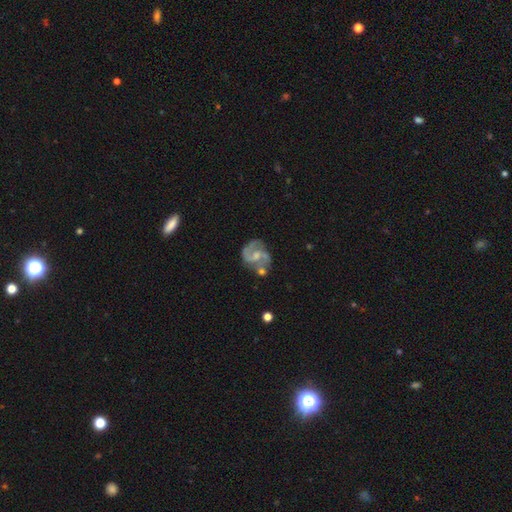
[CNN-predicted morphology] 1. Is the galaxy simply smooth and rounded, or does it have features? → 84% featured or disk, 10% smooth, 6% star or artifact.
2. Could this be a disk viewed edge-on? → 98% no, 2% yes.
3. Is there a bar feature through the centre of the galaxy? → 48% weak, 41% no, 11% strong.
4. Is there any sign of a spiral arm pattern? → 94% yes, 6% no.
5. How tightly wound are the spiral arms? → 56% medium, 26% loose, 19% tight.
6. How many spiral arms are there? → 78% 2, 10% 3, 6% can't tell, 3% 1, 2% 4, 2% more than 4.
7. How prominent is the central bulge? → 44% small, 43% moderate, 9% none, 2% large, 1% dominant.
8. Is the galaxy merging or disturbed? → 58% none, 20% minor disturbance, 12% merger, 10% major disturbance.